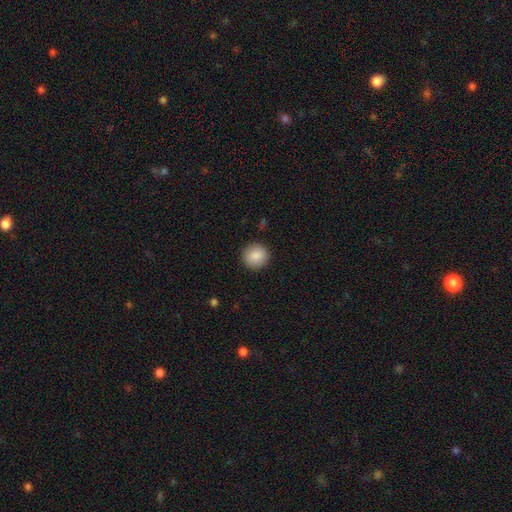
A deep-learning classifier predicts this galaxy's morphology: smooth_or_featured: smooth (p=0.88) [alt: star or artifact p=0.08]
how_rounded: round (p=0.91) [alt: in between p=0.08]
merging: none (p=0.91) [alt: minor disturbance p=0.06]